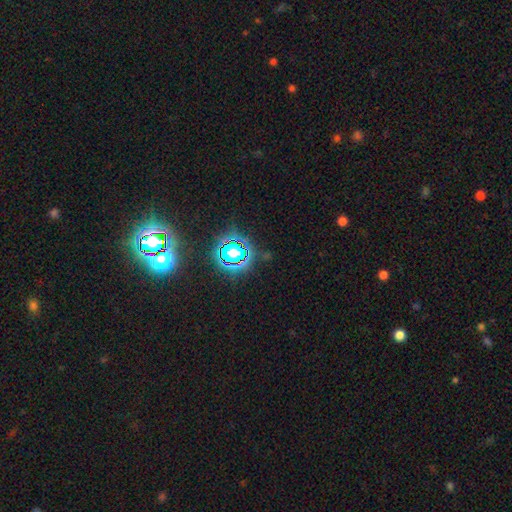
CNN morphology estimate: Smooth or featured? star or artifact (80%)